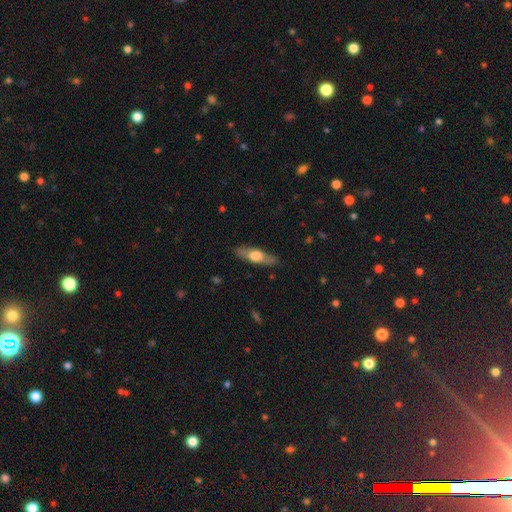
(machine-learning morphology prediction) This appears to be a featured or disk galaxy (48%). Merging: none (84%).